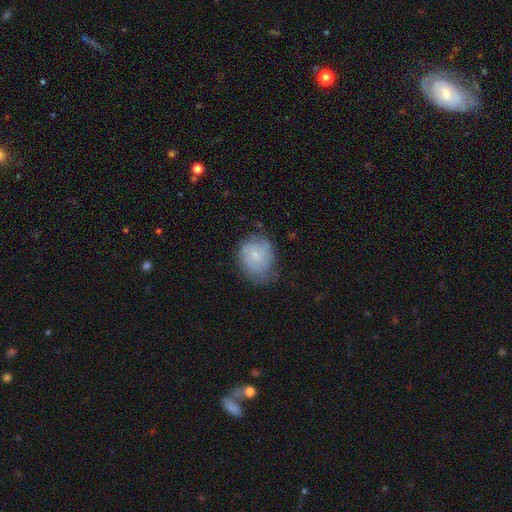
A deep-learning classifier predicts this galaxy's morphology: The model was most divided on "smooth or featured": smooth: 47%, featured or disk: 45%, star or artifact: 9%. More confident: merging — none (60%).